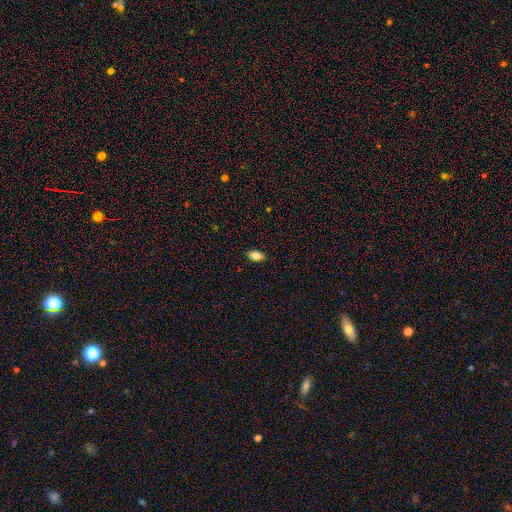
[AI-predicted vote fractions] A smooth galaxy with no disk features (84%) that is in between round and cigar-shaped (91%). Merging: none (89%).